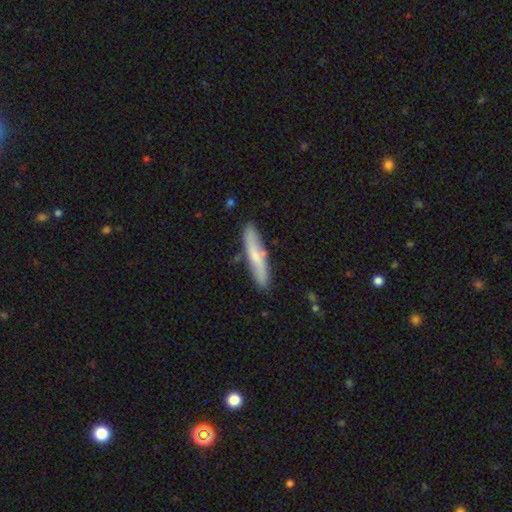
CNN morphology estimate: This is possibly a smooth galaxy (60%). How rounded: clearly cigar-shaped (89%). Merging: clearly none (83%).